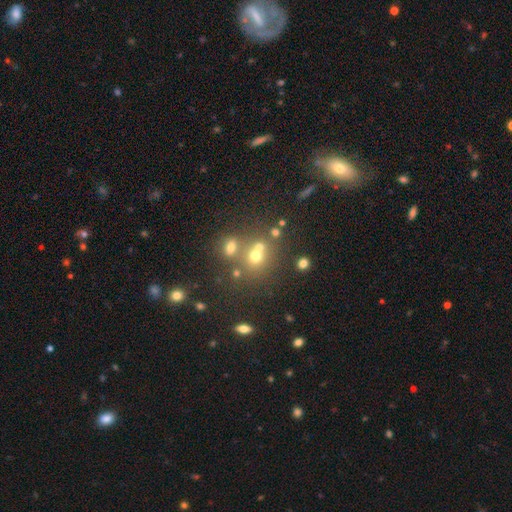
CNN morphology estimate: A smooth galaxy with no disk features (43%). Merging: none (53%).